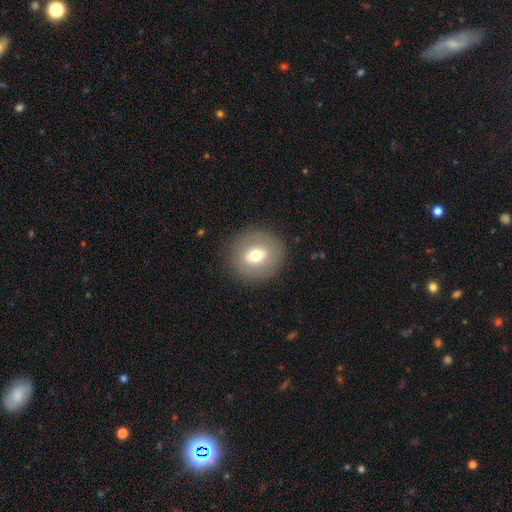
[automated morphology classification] The model was most divided on "smooth or featured": smooth: 65%, featured or disk: 26%, star or artifact: 9%. More confident: merging — none (87%); how rounded — round (80%).